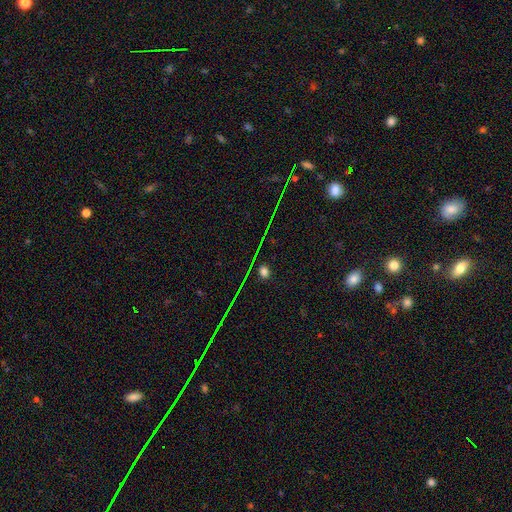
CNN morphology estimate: A star or artifact, not a galaxy (74%).

Vote fractions:
- Smooth or featured? star or artifact: 74% / smooth: 16% / featured or disk: 11%